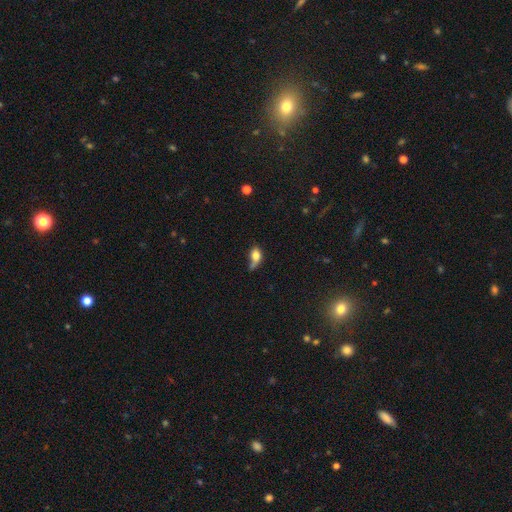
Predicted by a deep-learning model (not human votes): A smooth galaxy with no disk features (71%) that is in between round and cigar-shaped (71%).

Vote fractions:
- Smooth or featured? smooth: 71% / featured or disk: 19% / star or artifact: 10%
- How rounded? in between: 71% / round: 23% / cigar-shaped: 6%
- Merging? major disturbance: 32% / minor disturbance: 29% / none: 27% / merger: 12%